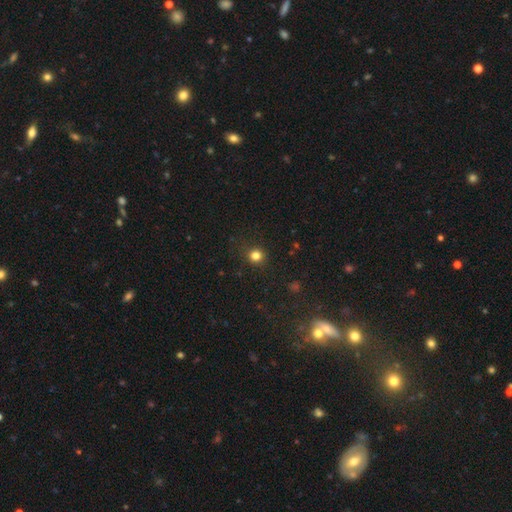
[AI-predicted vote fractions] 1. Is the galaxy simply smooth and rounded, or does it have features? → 81% smooth, 15% star or artifact, 4% featured or disk.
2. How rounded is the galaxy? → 91% round, 8% in between, 1% cigar-shaped.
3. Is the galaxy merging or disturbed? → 89% none, 8% minor disturbance, 3% major disturbance, 1% merger.